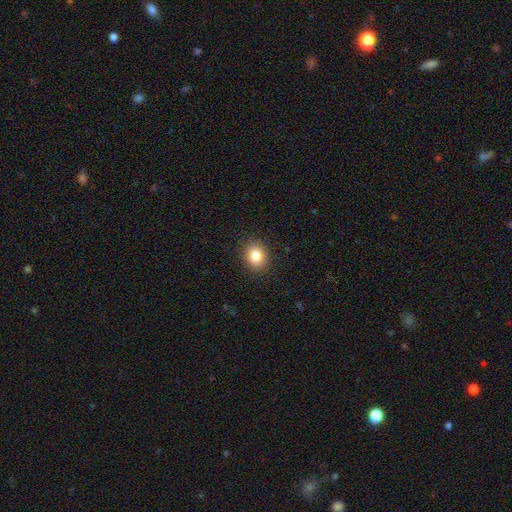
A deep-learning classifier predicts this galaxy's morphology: The model was most divided on "how rounded": round: 52%, in between: 47%, cigar-shaped: 1%. More confident: merging — none (89%); smooth or featured — smooth (83%).